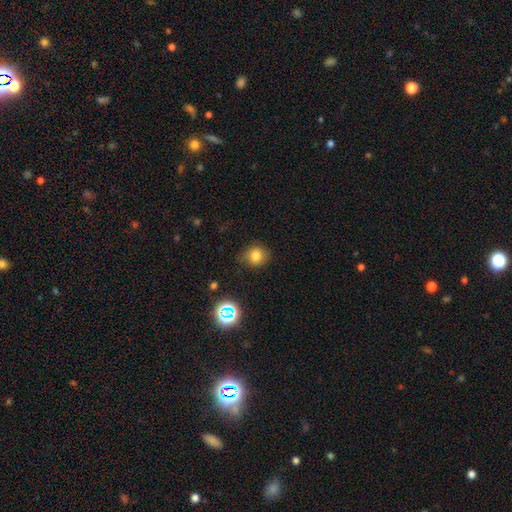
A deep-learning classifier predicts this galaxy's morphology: Overall: smooth (77%). How rounded: round (79%). Merging: none (78%).